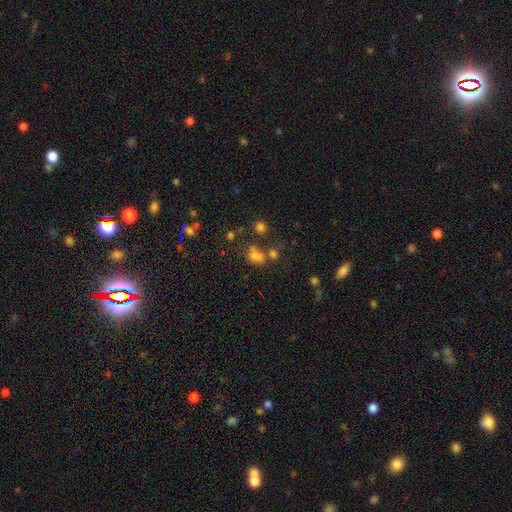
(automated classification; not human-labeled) Morphology: type=smooth (68%); roundness=in between (65%); merging=none (42%).